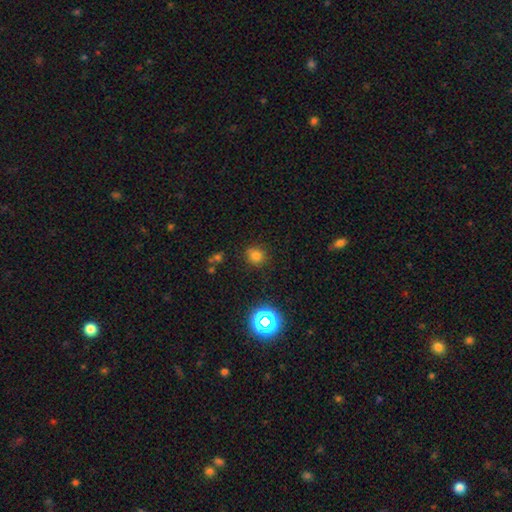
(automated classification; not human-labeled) Smooth or featured: smooth — 75% (star or artifact — 19%)
How rounded: round — 81% (in between — 17%)
Merging: none — 84% (minor disturbance — 10%)